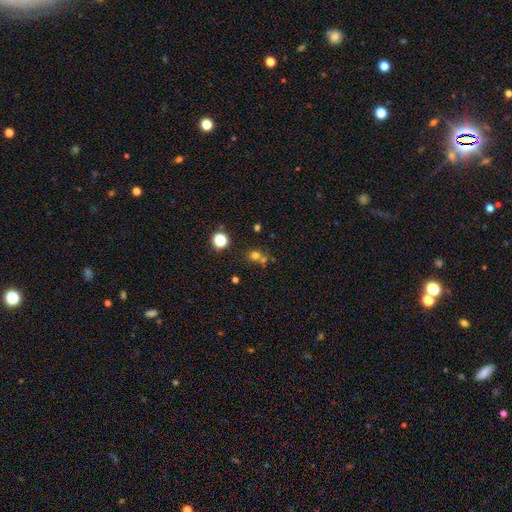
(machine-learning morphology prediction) type=smooth (66%); roundness=round (80%); merging=none (49%).